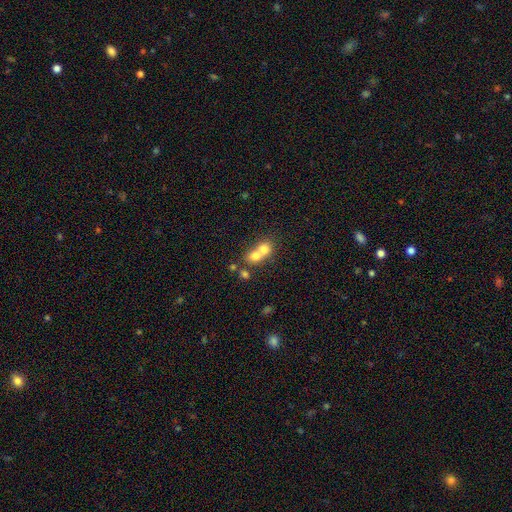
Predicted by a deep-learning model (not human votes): smooth-or-featured: smooth: 71% | featured or disk: 18% | star or artifact: 11%
  how-rounded: round: 68% | in between: 31% | cigar-shaped: 1%
  merging: merger: 71% | none: 22% | minor disturbance: 4% | major disturbance: 3%